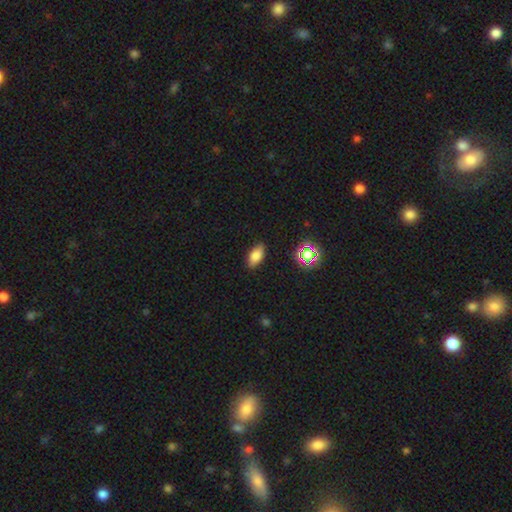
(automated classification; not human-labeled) Q: Smooth or featured?
A: smooth (80%); runner-up: star or artifact (12%)
Q: How rounded?
A: in between (88%); runner-up: cigar-shaped (7%)
Q: Merging?
A: none (86%); runner-up: minor disturbance (10%)